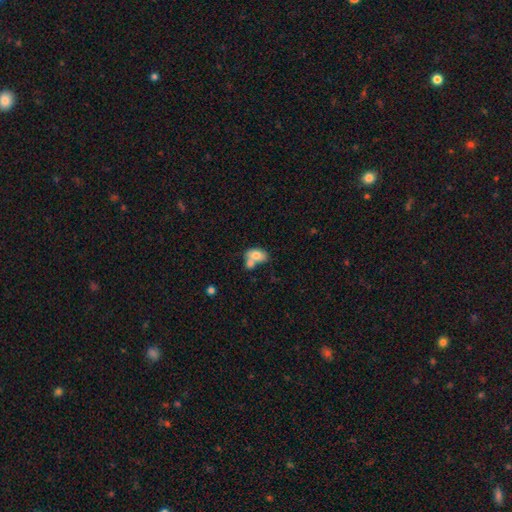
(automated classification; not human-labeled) Smooth or featured?
  - smooth: 75% *
  - featured or disk: 17%
  - star or artifact: 8%
How rounded?
  - in between: 84% *
  - round: 15%
  - cigar-shaped: 2%
Merging?
  - merger: 53% *
  - none: 30%
  - minor disturbance: 12%
  - major disturbance: 5%